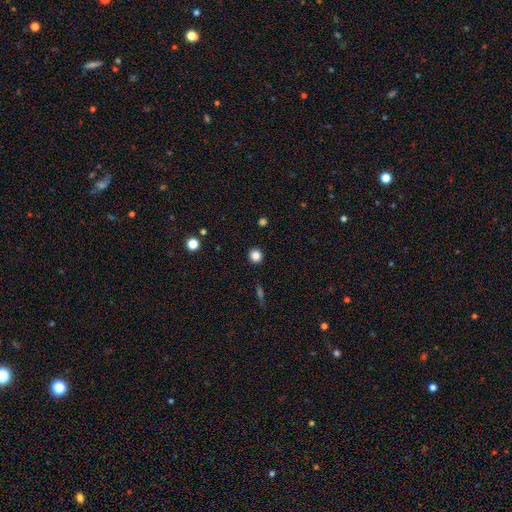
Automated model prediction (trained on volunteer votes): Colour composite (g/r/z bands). It shows a smooth galaxy with no disk features (85%) that is round (93%). Merging: none (92%).